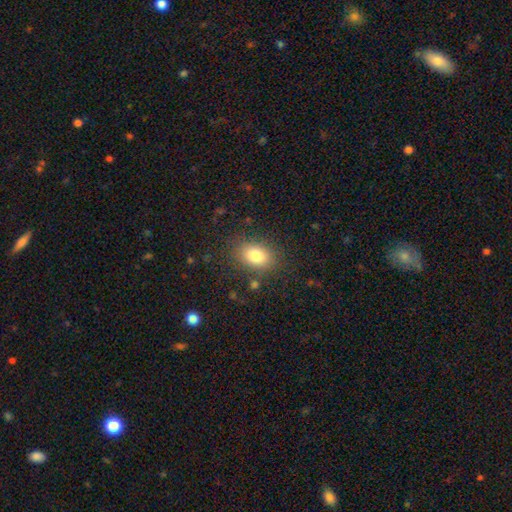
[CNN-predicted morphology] Q: Smooth or featured?
A: smooth (82%); runner-up: star or artifact (10%)
Q: How rounded?
A: in between (74%); runner-up: round (25%)
Q: Merging?
A: none (83%); runner-up: minor disturbance (11%)